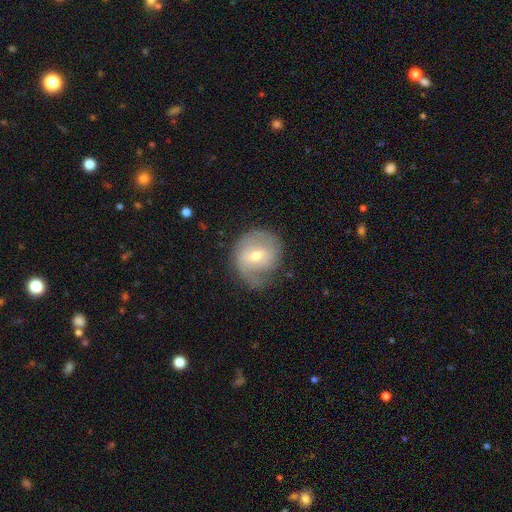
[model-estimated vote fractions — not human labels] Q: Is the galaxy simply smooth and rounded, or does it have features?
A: featured or disk — 60%.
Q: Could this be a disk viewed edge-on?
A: no — 96%.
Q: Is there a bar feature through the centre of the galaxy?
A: weak — 49%.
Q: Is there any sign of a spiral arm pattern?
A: yes — 76%.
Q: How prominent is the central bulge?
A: moderate — 59%.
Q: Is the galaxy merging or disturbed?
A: none — 59%.